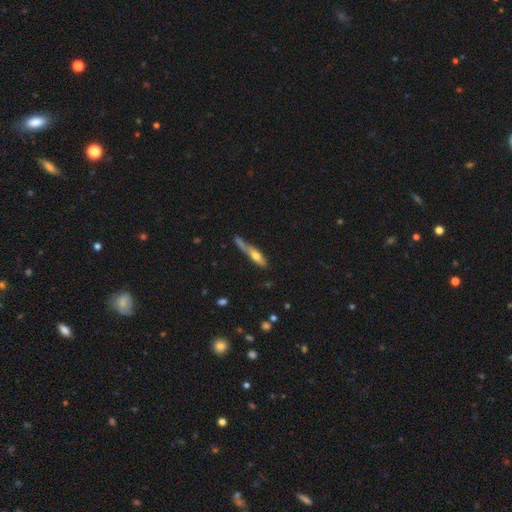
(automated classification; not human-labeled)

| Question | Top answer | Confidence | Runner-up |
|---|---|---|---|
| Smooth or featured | smooth | 51% | featured or disk (41%) |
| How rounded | cigar-shaped | 79% | in between (18%) |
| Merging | none | 41% | minor disturbance (27%) |